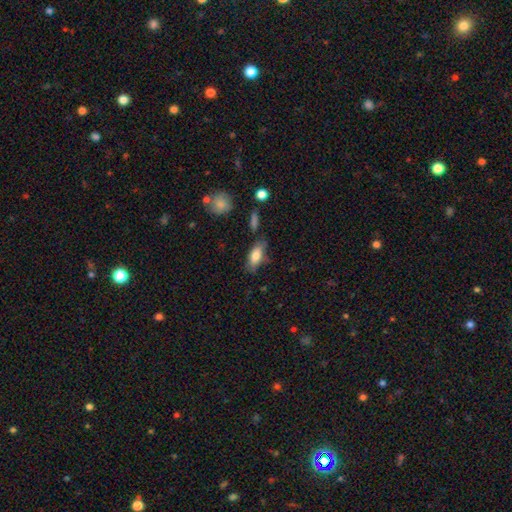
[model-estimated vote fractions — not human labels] This is likely a smooth galaxy (78%). How rounded: clearly in between (83%). Merging: likely none (66%).